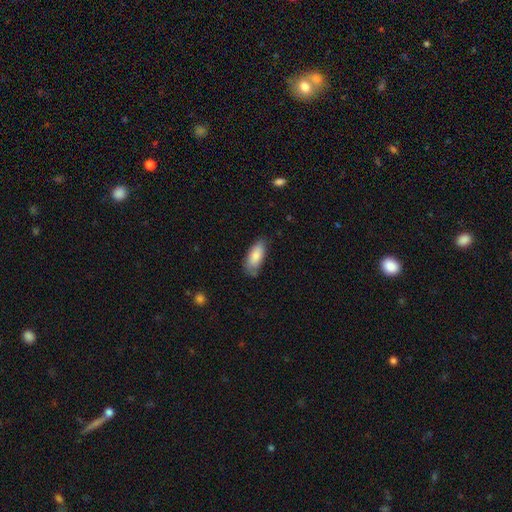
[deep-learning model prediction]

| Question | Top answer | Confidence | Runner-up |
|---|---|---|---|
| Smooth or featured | smooth | 83% | featured or disk (11%) |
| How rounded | in between | 86% | cigar-shaped (12%) |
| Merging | none | 67% | minor disturbance (26%) |